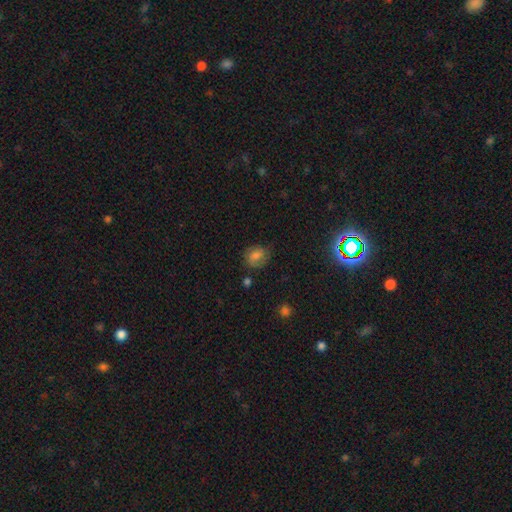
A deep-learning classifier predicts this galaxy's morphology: Smooth or featured: smooth — 59% (featured or disk — 25%)
How rounded: round — 56% (in between — 43%)
Merging: none — 67% (minor disturbance — 22%)